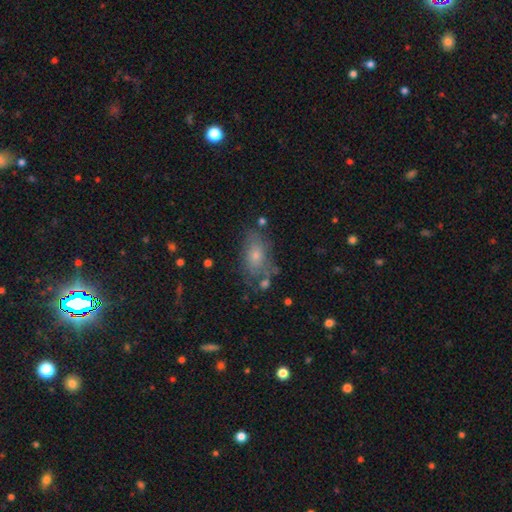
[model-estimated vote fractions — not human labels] Smooth or featured: smooth — 56% (featured or disk — 26%)
How rounded: in between — 83% (round — 12%)
Merging: none — 65% (minor disturbance — 20%)